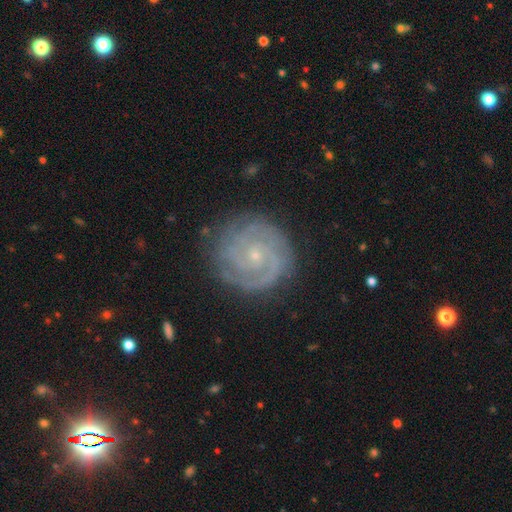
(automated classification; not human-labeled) featured or disk 86%, smooth 8%, star or artifact 6%. Down the decision tree: edge-on disk — no (98%); bar — no (74%); spiral arms — yes (97%); spiral arm count — 2 (42%); spiral winding — tight (78%); bulge size — small (81%); merging — none (83%).